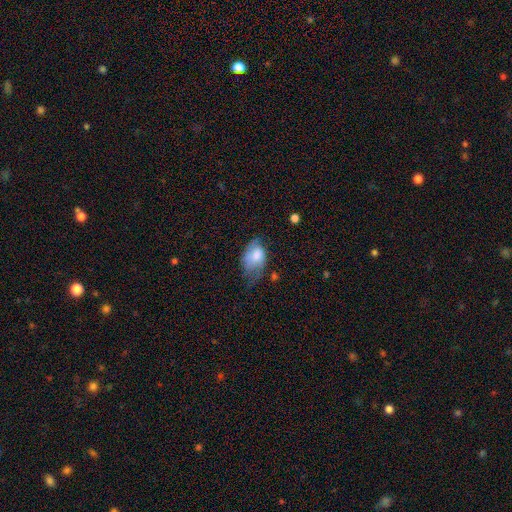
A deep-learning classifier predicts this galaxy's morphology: A smooth galaxy with no disk features (65%) that is in between round and cigar-shaped (86%).

Vote fractions:
- Smooth or featured? smooth: 65% / featured or disk: 28% / star or artifact: 8%
- How rounded? in between: 86% / round: 12% / cigar-shaped: 1%
- Merging? minor disturbance: 37% / major disturbance: 33% / none: 27% / merger: 3%